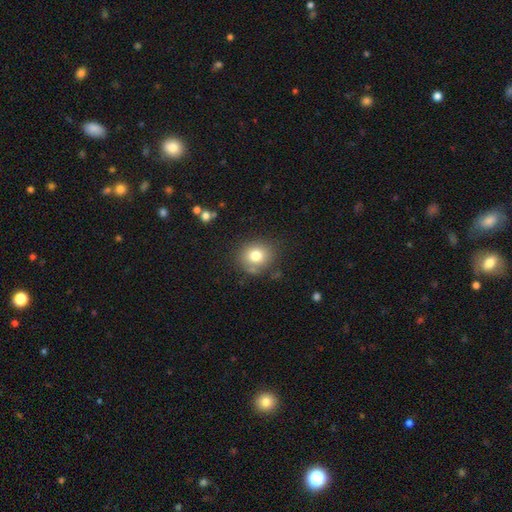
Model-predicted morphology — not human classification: A smooth galaxy with no disk features (78%) that is round (76%).

Vote fractions:
- Smooth or featured? smooth: 78% / star or artifact: 11% / featured or disk: 10%
- How rounded? round: 76% / in between: 23% / cigar-shaped: 1%
- Merging? none: 77% / minor disturbance: 14% / major disturbance: 4% / merger: 4%